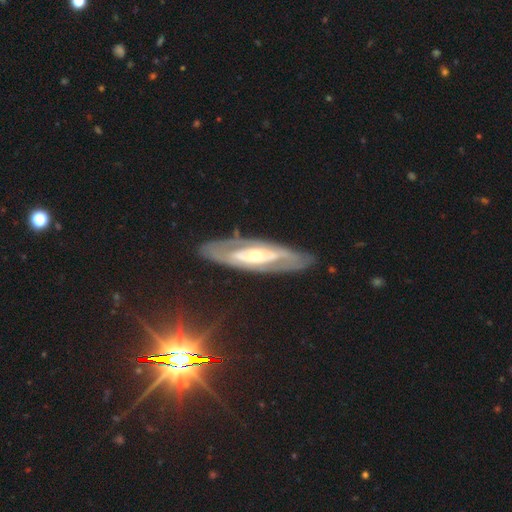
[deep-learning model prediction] Smooth or featured? featured or disk (79%)
Edge-on disk? no (80%)
Bar? no (56%)
Spiral arms? yes (61%)
Bulge size? moderate (55%)
Merging? none (81%)